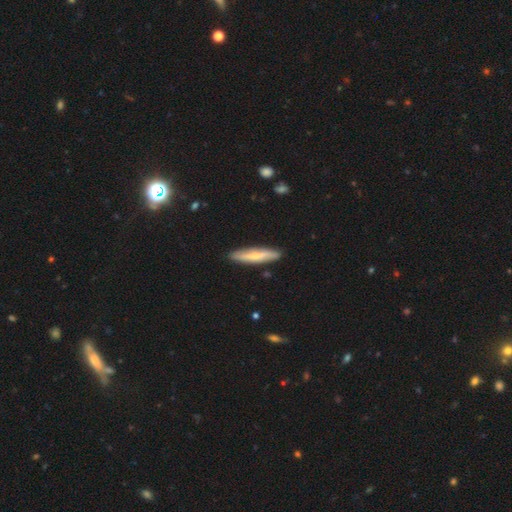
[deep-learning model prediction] This appears to be a smooth galaxy with no disk features (56%) that is cigar-shaped (85%). Merging: none (88%).